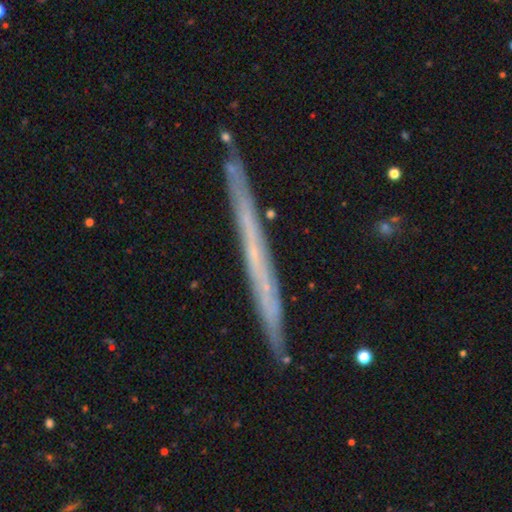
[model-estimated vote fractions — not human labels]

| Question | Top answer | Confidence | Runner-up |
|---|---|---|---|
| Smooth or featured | featured or disk | 61% | smooth (31%) |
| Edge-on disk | yes | 96% | no (4%) |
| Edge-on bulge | none | 92% | rounded (5%) |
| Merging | none | 89% | minor disturbance (8%) |